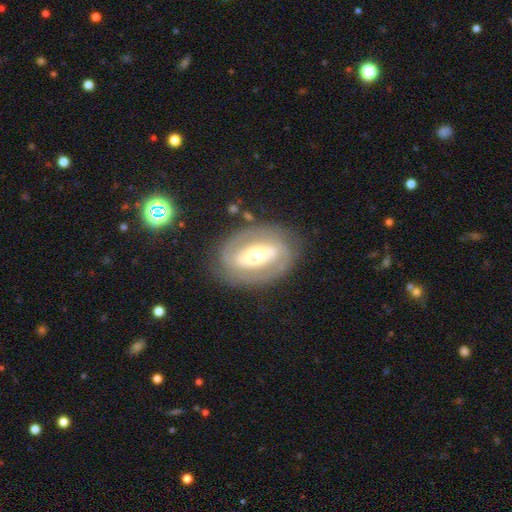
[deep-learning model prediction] This appears to be a featured or disk galaxy (76%) with a strong bar (48%), 2 (79%) tight (54%) spiral arms (71%) and a moderate central bulge (63%). Merging: none (80%).